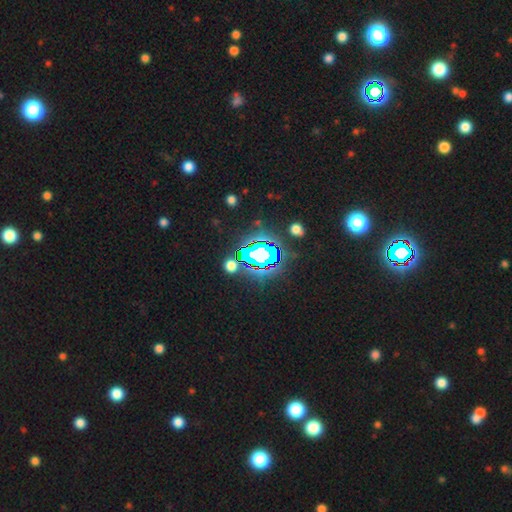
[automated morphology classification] Smooth or featured: star or artifact — 82% (smooth — 11%)